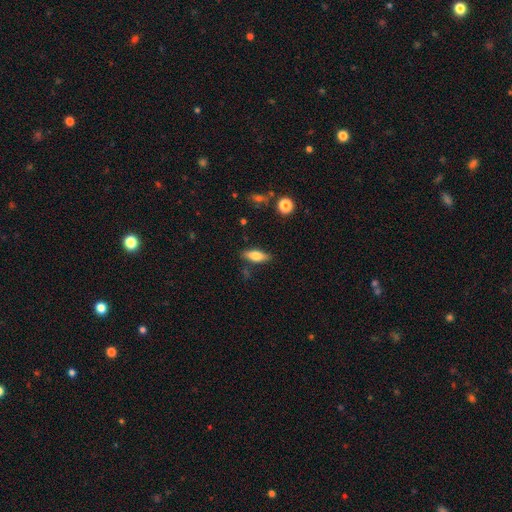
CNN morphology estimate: smooth_or_featured: smooth (p=0.75) [alt: featured or disk p=0.18]
how_rounded: in between (p=0.70) [alt: cigar-shaped p=0.27]
merging: none (p=0.82) [alt: minor disturbance p=0.13]